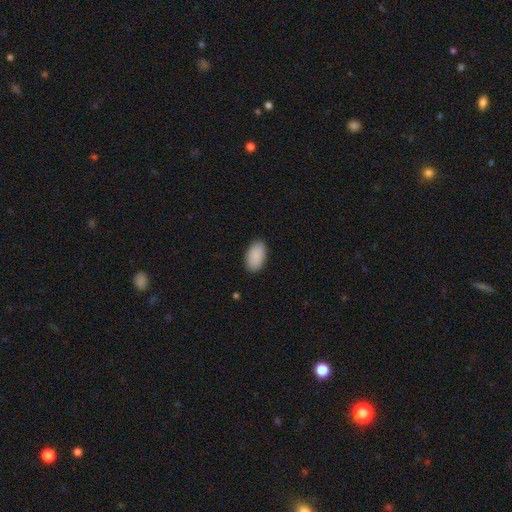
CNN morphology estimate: Q: Smooth or featured?
A: smooth (91%); runner-up: star or artifact (6%)
Q: How rounded?
A: in between (95%); runner-up: round (3%)
Q: Merging?
A: none (87%); runner-up: minor disturbance (10%)